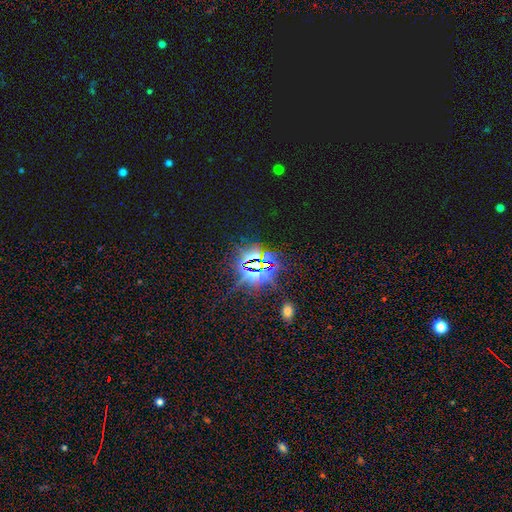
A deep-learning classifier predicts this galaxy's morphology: Smooth or featured?
  - star or artifact: 83% *
  - smooth: 10%
  - featured or disk: 7%